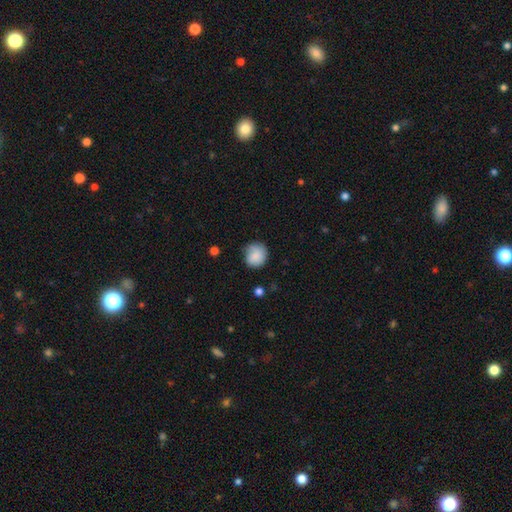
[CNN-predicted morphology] Smooth or featured?
  - smooth: 81% *
  - featured or disk: 12%
  - star or artifact: 7%
How rounded?
  - round: 83% *
  - in between: 16%
  - cigar-shaped: 1%
Merging?
  - none: 66% *
  - minor disturbance: 26%
  - major disturbance: 7%
  - merger: 2%